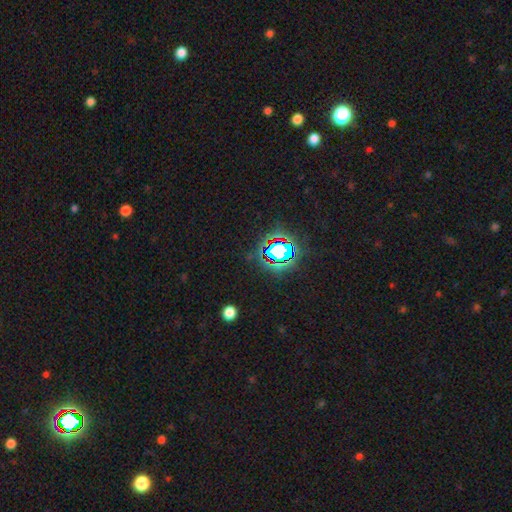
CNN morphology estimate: star or artifact 78%, smooth 14%, featured or disk 9%.